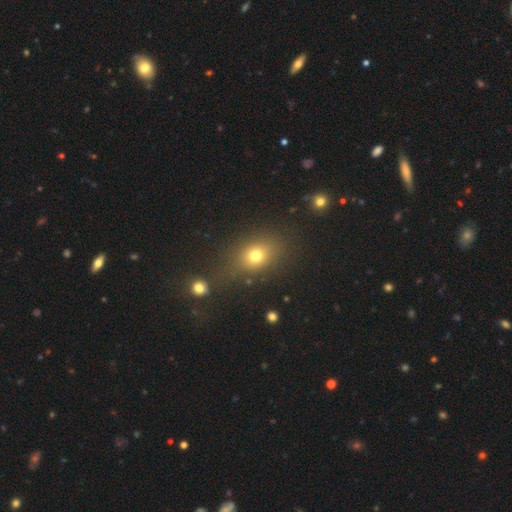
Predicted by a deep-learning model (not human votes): A smooth galaxy with no disk features (73%) that is in between round and cigar-shaped (53%).

Vote fractions:
- Smooth or featured? smooth: 73% / star or artifact: 16% / featured or disk: 11%
- How rounded? in between: 53% / round: 45% / cigar-shaped: 2%
- Merging? none: 70% / minor disturbance: 14% / merger: 8% / major disturbance: 8%